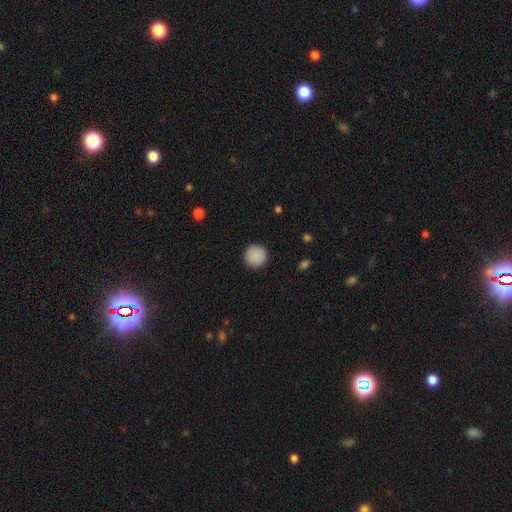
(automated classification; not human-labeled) smooth-or-featured: smooth: 89% | star or artifact: 7% | featured or disk: 3%
  how-rounded: round: 96% | in between: 3% | cigar-shaped: 1%
  merging: none: 92% | minor disturbance: 5% | major disturbance: 2% | merger: 1%